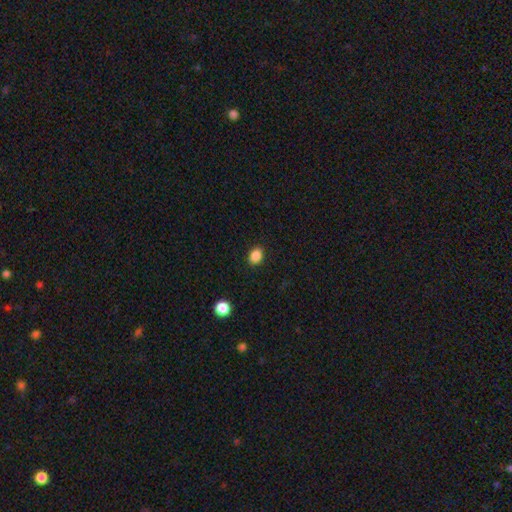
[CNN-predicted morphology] Smooth or featured?
  - smooth: 88% *
  - star or artifact: 10%
  - featured or disk: 3%
How rounded?
  - in between: 60% *
  - round: 39%
  - cigar-shaped: 1%
Merging?
  - none: 89% *
  - minor disturbance: 8%
  - major disturbance: 2%
  - merger: 1%